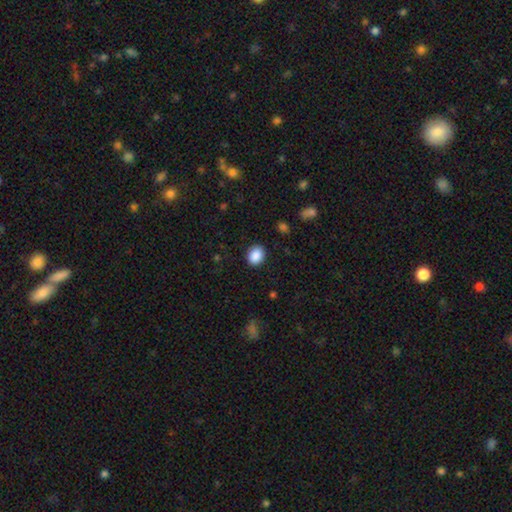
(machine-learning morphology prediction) Q: Smooth or featured?
A: smooth (89%); runner-up: star or artifact (8%)
Q: How rounded?
A: in between (54%); runner-up: round (45%)
Q: Merging?
A: none (88%); runner-up: minor disturbance (8%)